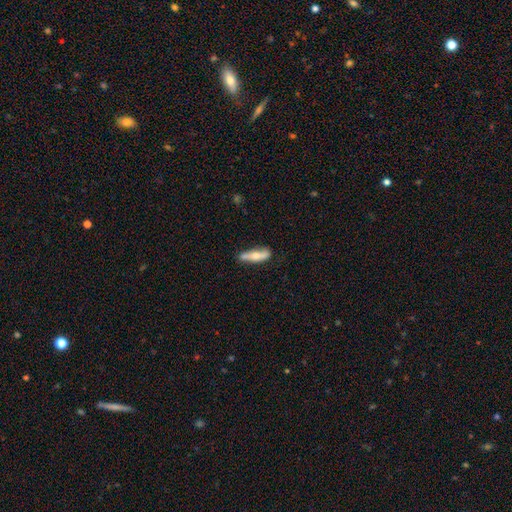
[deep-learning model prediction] Q: Smooth or featured?
A: smooth (53%); runner-up: featured or disk (41%)
Q: How rounded?
A: cigar-shaped (62%); runner-up: in between (35%)
Q: Merging?
A: none (65%); runner-up: minor disturbance (24%)